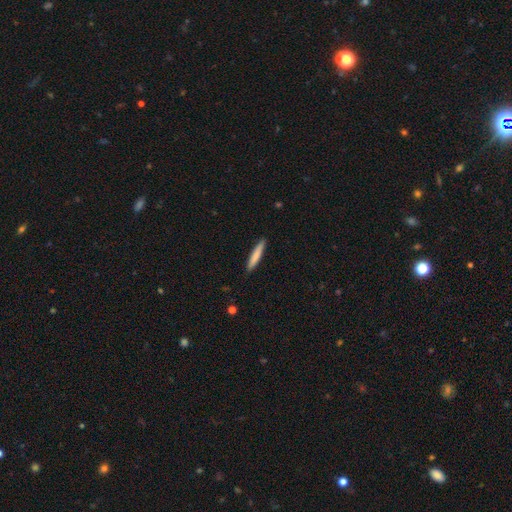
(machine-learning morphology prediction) A smooth galaxy with no disk features (79%) that is cigar-shaped (93%). Merging: none (91%).